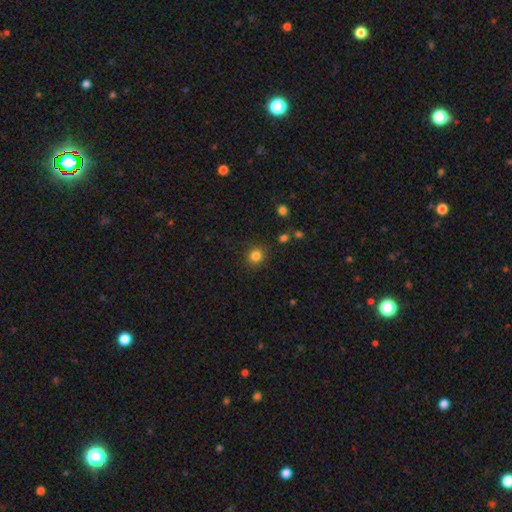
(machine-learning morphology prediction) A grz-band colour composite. It shows a smooth galaxy with no disk features (83%) that is round (82%). Merging: none (86%).